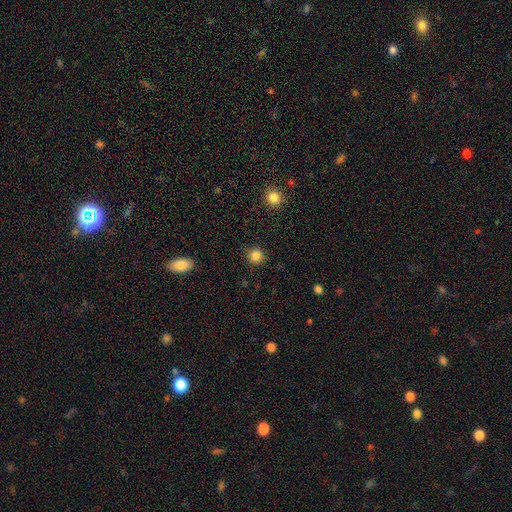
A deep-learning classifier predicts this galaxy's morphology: smooth 84%, star or artifact 12%, featured or disk 4%. Down the decision tree: how rounded — round (90%); merging — none (82%).